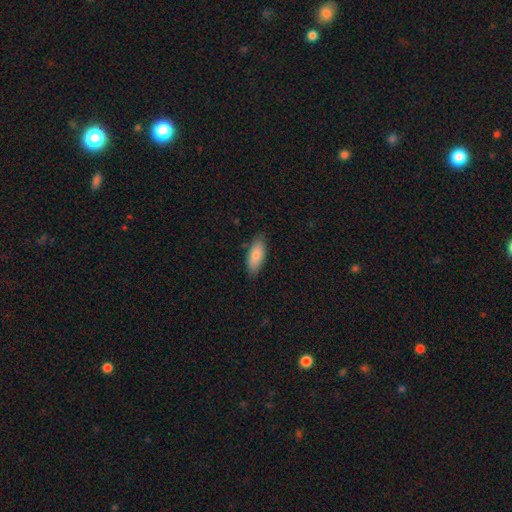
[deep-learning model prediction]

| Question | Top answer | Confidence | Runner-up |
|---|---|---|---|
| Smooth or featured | smooth | 82% | featured or disk (12%) |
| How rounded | in between | 82% | cigar-shaped (16%) |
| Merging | none | 83% | minor disturbance (14%) |